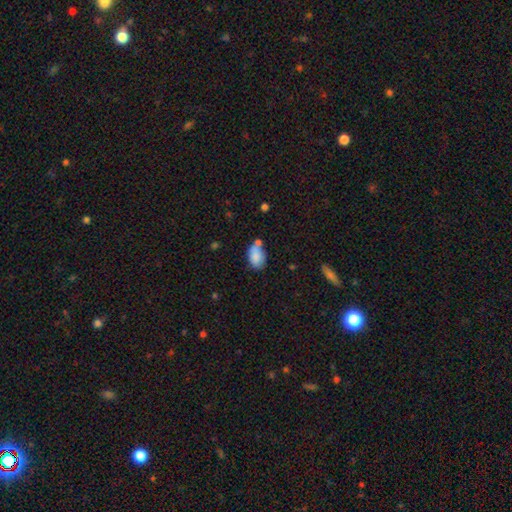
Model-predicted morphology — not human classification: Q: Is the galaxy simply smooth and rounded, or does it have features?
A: smooth — 83%.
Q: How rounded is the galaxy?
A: in between — 89%.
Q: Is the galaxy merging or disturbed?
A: none — 47%.